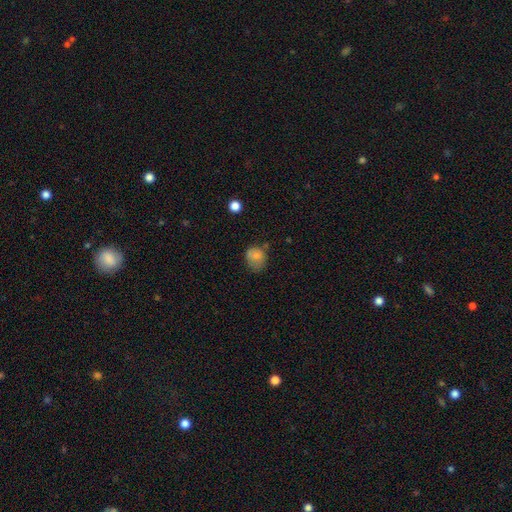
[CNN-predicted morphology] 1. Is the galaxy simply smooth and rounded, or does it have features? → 76% smooth, 14% featured or disk, 10% star or artifact.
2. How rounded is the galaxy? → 61% round, 38% in between, 1% cigar-shaped.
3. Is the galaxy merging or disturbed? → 45% none, 35% minor disturbance, 15% major disturbance, 5% merger.